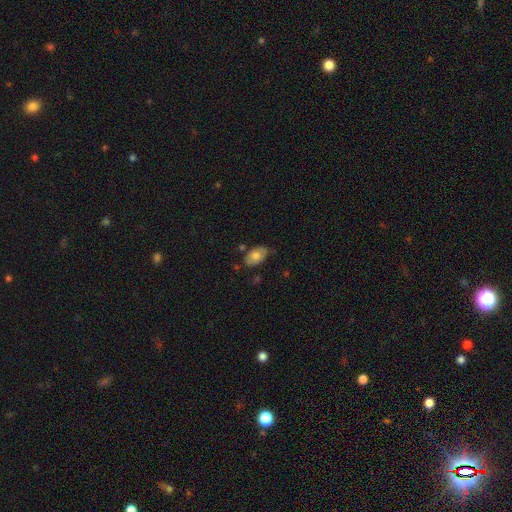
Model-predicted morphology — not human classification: This is likely a smooth galaxy (66%). How rounded: clearly in between (91%). Merging: likely none (67%).